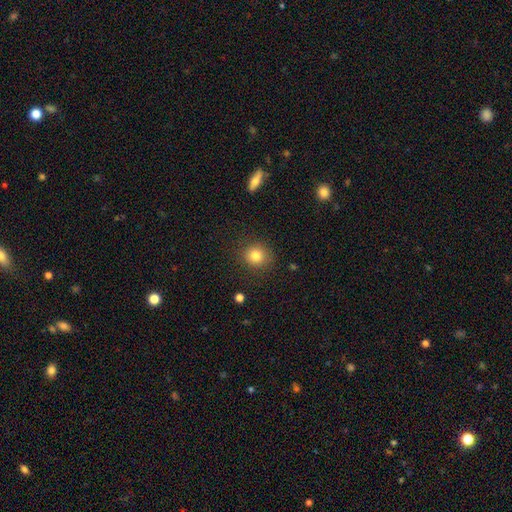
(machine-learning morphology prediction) Smooth or featured? Predicted: smooth (p=0.82). How rounded? Predicted: round (p=0.86). Merging? Predicted: none (p=0.87).